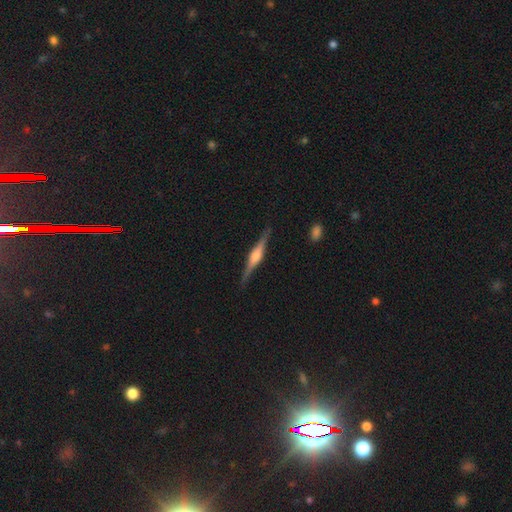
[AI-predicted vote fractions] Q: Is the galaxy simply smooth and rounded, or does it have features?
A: featured or disk — 79%.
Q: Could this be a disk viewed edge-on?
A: yes — 98%.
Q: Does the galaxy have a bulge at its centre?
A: rounded — 79%.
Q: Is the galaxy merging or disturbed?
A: none — 89%.